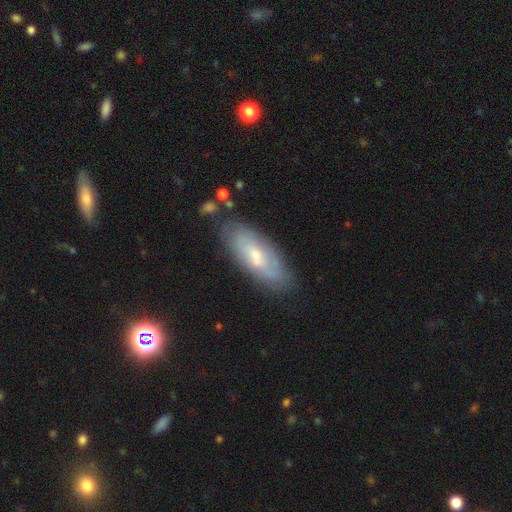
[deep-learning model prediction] smooth-or-featured: featured or disk: 56% | smooth: 37% | star or artifact: 7%
  disk-edge-on: no: 83% | yes: 17%
  merging: none: 76% | minor disturbance: 17% | major disturbance: 4% | merger: 3%